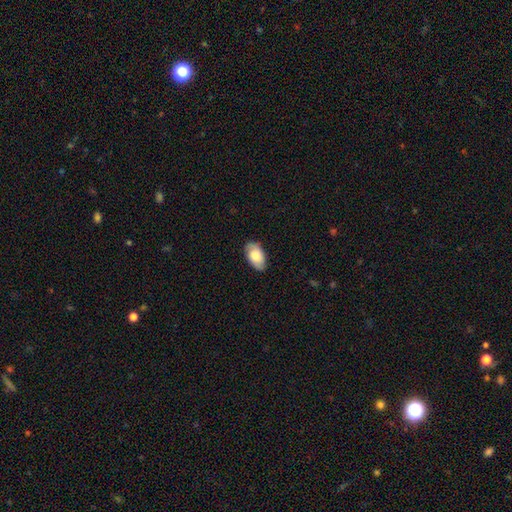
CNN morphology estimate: A smooth galaxy with no disk features (69%) that is in between round and cigar-shaped (94%). Merging: none (80%).